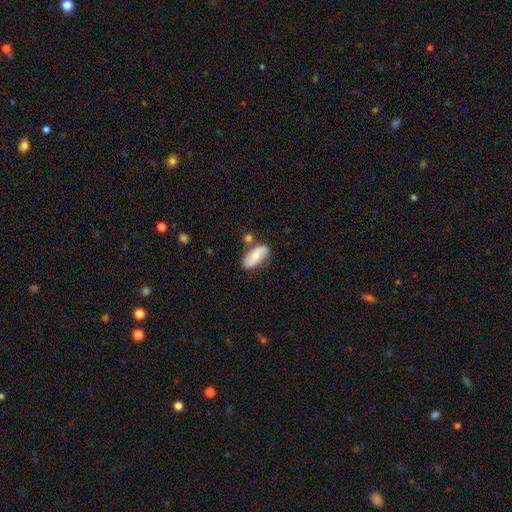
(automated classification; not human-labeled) Q: Smooth or featured?
A: featured or disk (48%); runner-up: smooth (46%)
Q: Merging?
A: none (64%); runner-up: minor disturbance (20%)